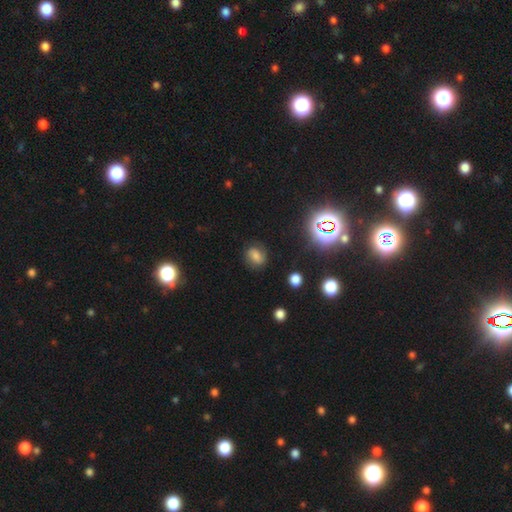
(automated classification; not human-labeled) Smooth or featured?
  - smooth: 61% *
  - featured or disk: 20%
  - star or artifact: 19%
How rounded?
  - in between: 51% *
  - round: 47%
  - cigar-shaped: 2%
Merging?
  - none: 78% *
  - minor disturbance: 15%
  - major disturbance: 6%
  - merger: 2%